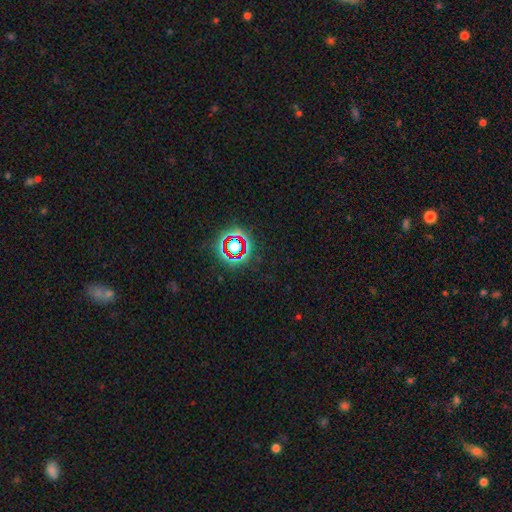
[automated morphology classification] This appears to be a star or artifact, not a galaxy (64%).